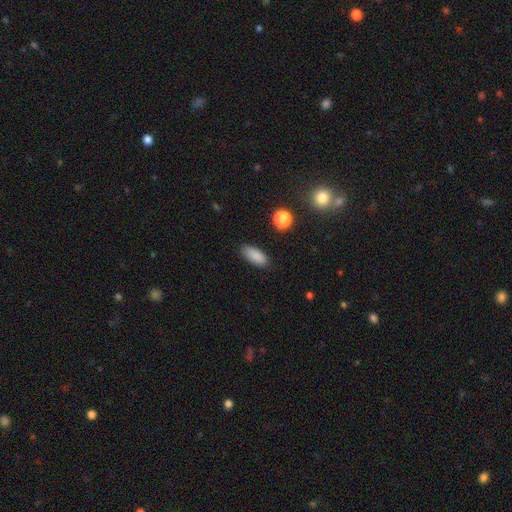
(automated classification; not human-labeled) smooth 87%, star or artifact 9%, featured or disk 5%. Down the decision tree: how rounded — in between (85%); merging — none (85%).